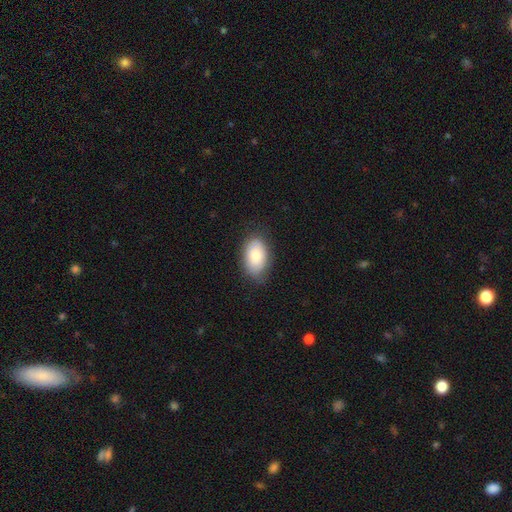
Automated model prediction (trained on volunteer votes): Overall: smooth (84%). How rounded: in between (92%). Merging: none (79%).